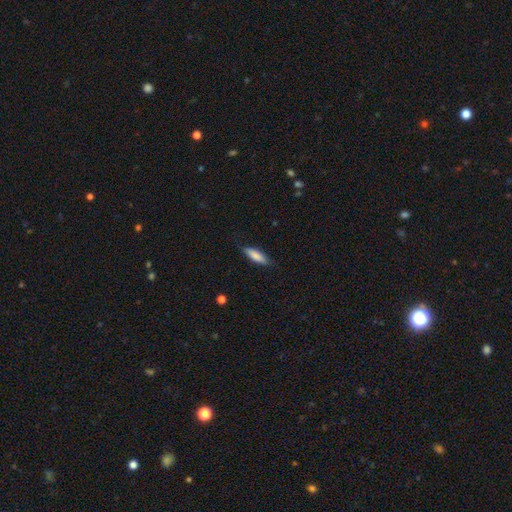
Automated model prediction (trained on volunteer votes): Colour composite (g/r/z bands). It shows a smooth galaxy with no disk features (83%) that is cigar-shaped (53%). Merging: none (81%).